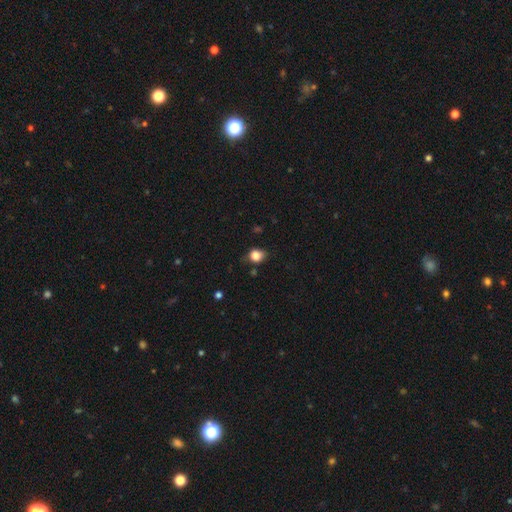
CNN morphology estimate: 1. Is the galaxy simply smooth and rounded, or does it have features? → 83% smooth, 11% star or artifact, 6% featured or disk.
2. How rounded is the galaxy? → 62% round, 37% in between, 1% cigar-shaped.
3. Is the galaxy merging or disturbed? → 75% none, 19% minor disturbance, 4% major disturbance, 2% merger.